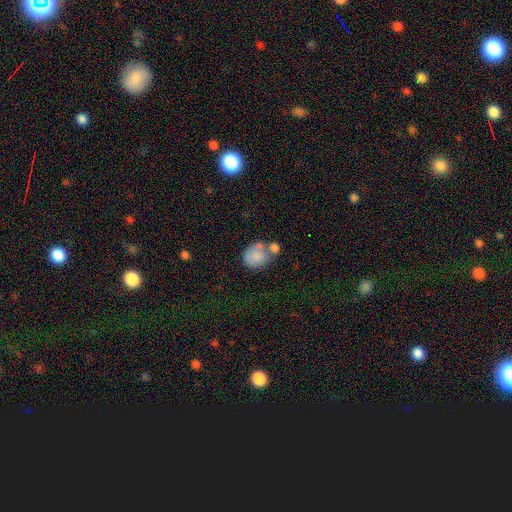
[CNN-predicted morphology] Smooth or featured: smooth — 76% (featured or disk — 16%)
How rounded: round — 68% (in between — 31%)
Merging: merger — 39% (none — 34%)